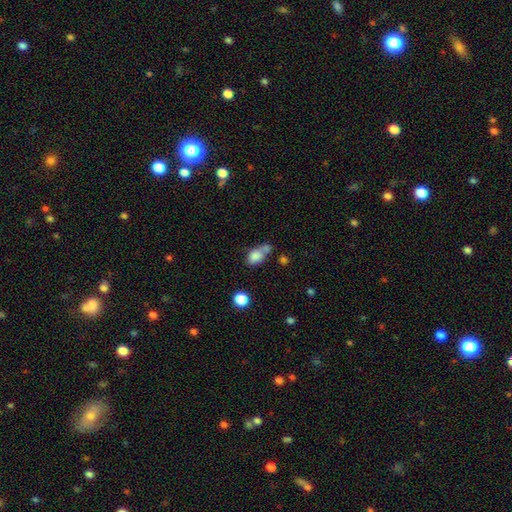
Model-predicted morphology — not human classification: The model was most divided on "merging": merger: 37%, none: 29%, minor disturbance: 21%, major disturbance: 12%. More confident: smooth or featured — smooth (79%); how rounded — in between (76%).